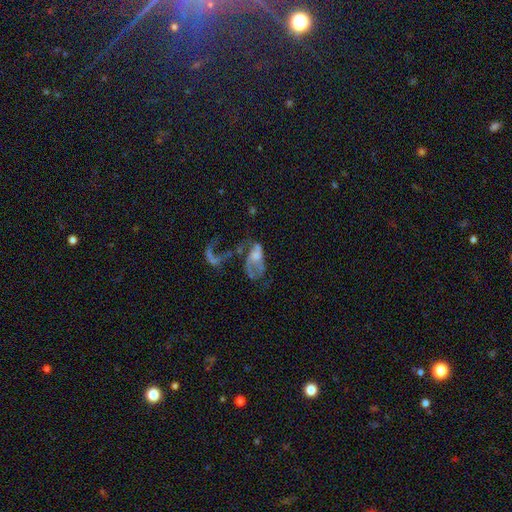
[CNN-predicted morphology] A featured or disk galaxy (60%) with no bar (76%), no spiral arms (54%) and no central bulge (35%). Merging: major disturbance (49%).